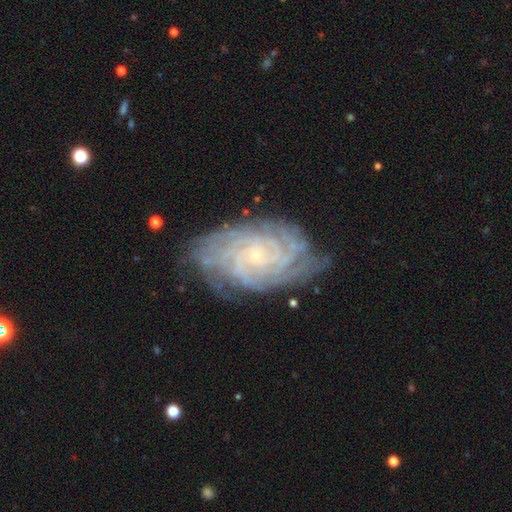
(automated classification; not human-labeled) This is clearly a featured or disk galaxy (89%). It is clearly not viewed edge-on (97%). Bar: likely no (73%). Spiral arm pattern: clearly yes (98%). Spiral arm count: marginally can't tell (25%). Spiral winding: clearly tight (81%). Central bulge: clearly small (86%). Merging: likely none (75%).